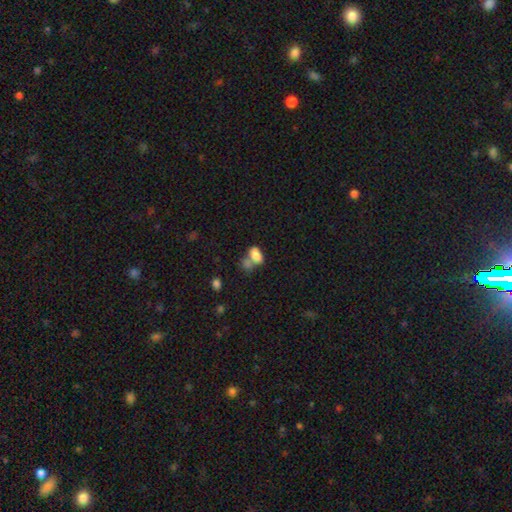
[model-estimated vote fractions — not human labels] This appears to be a smooth galaxy with no disk features (77%) that is in between round and cigar-shaped (88%). Merging: merger (48%).